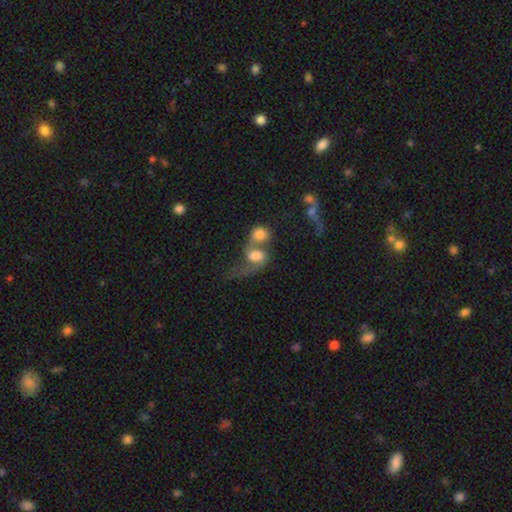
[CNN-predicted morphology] type=smooth (53%); roundness=in between (49%); merging=merger (76%).